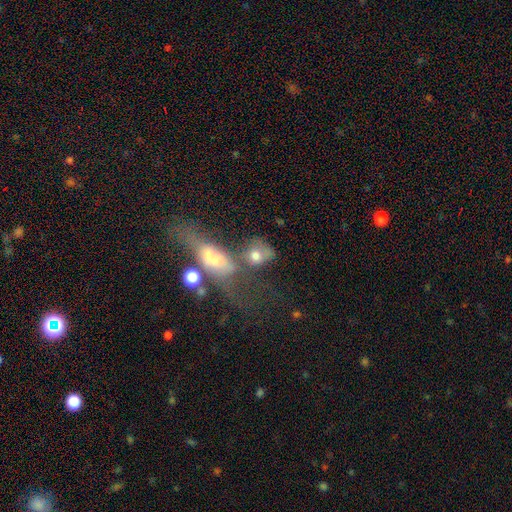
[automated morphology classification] Smooth or featured?
  - smooth: 64% *
  - featured or disk: 22%
  - star or artifact: 14%
How rounded?
  - in between: 50% *
  - round: 45%
  - cigar-shaped: 5%
Merging?
  - merger: 41% *
  - none: 28%
  - major disturbance: 18%
  - minor disturbance: 13%